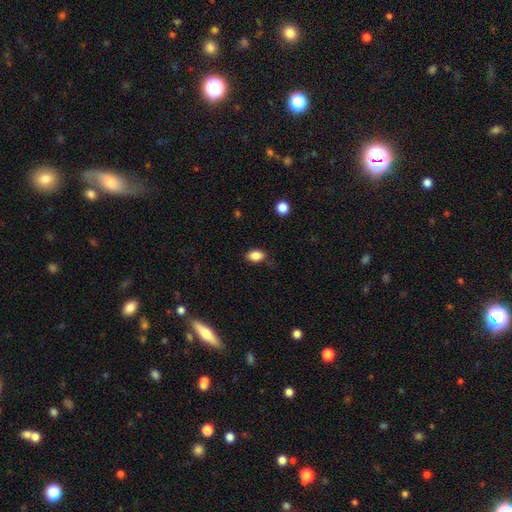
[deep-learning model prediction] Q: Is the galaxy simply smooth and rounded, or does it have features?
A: smooth — 86%.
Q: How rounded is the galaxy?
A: in between — 83%.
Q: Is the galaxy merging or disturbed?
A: none — 79%.